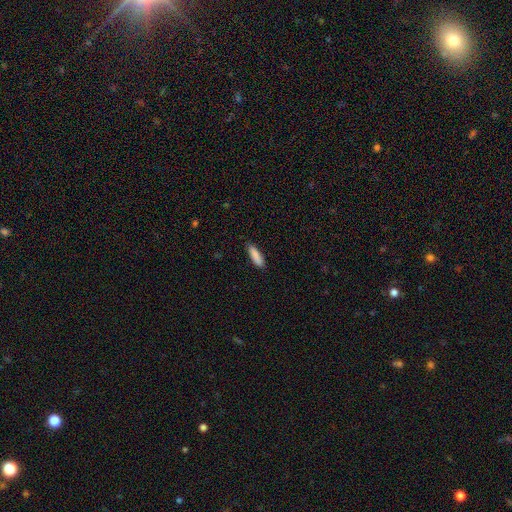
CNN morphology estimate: Smooth or featured? Predicted: smooth (p=0.89). How rounded? Predicted: cigar-shaped (p=0.64). Merging? Predicted: none (p=0.89).